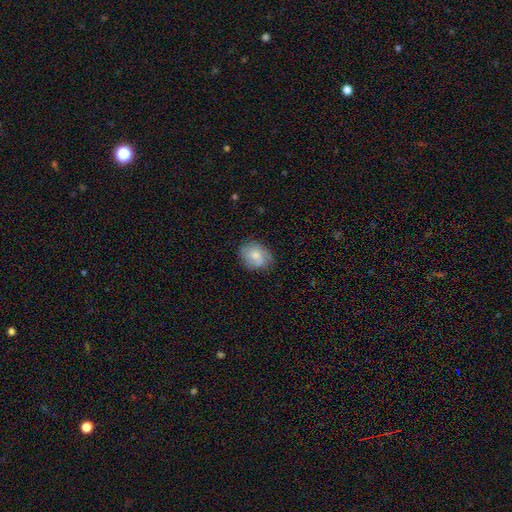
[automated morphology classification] Q: Smooth or featured?
A: smooth (68%); runner-up: featured or disk (24%)
Q: How rounded?
A: round (51%); runner-up: in between (48%)
Q: Merging?
A: none (74%); runner-up: minor disturbance (20%)